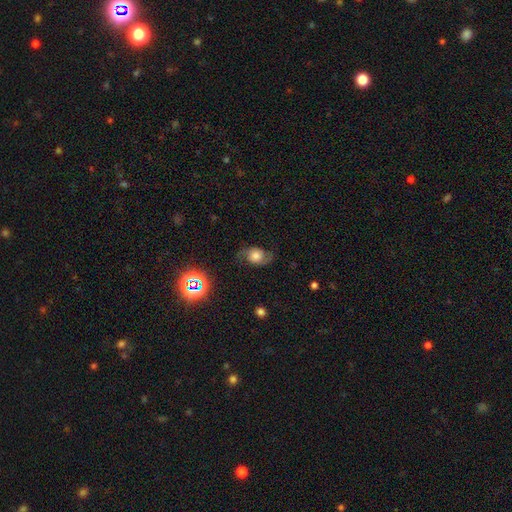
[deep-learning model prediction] Overall: featured or disk (52%; smooth 34%). Edge-on disk: no (94%). Merging: none (70%).